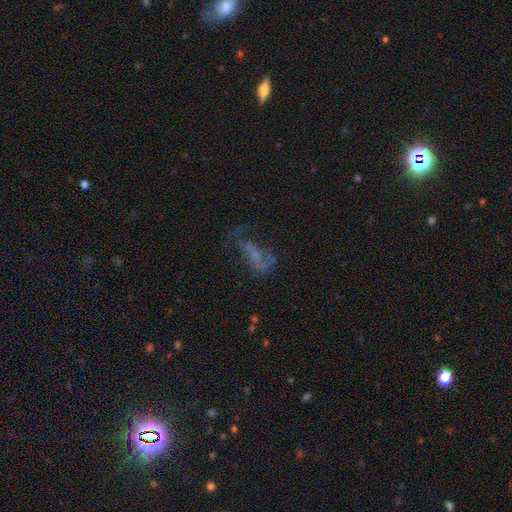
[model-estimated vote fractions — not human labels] Morphology: type=featured or disk (48%); merging=major disturbance (40%).